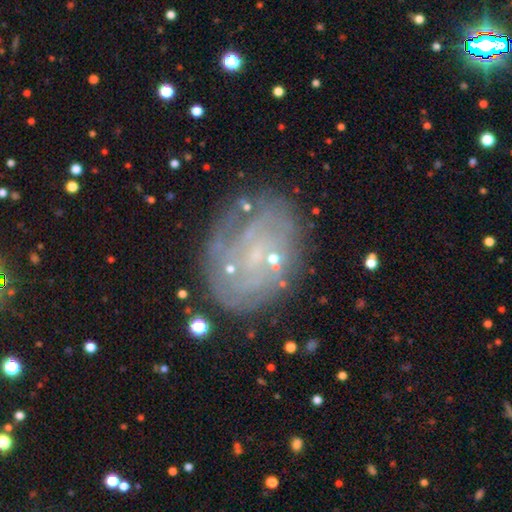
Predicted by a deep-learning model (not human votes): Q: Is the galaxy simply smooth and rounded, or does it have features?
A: featured or disk — 66%.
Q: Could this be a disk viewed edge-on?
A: no — 97%.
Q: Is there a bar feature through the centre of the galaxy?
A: no — 71%.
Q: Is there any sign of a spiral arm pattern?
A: yes — 66%.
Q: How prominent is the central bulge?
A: small — 74%.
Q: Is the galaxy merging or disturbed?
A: none — 67%.